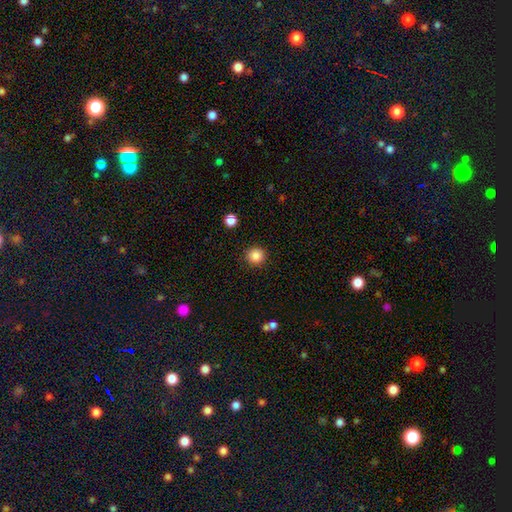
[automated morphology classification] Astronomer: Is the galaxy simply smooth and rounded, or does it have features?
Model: smooth — 86%.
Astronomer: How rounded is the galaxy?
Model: round — 94%.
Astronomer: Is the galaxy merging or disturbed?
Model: none — 91%.